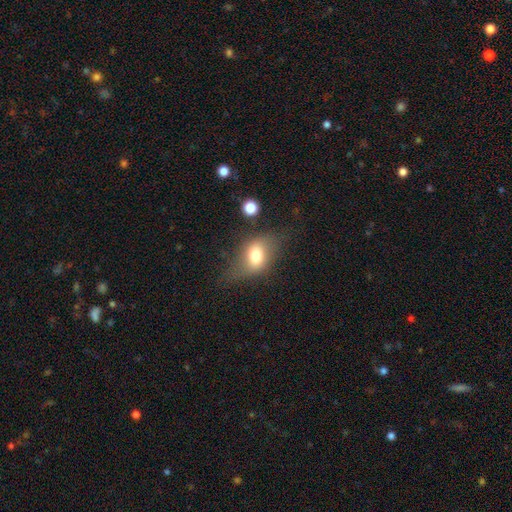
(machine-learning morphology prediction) Q: Smooth or featured?
A: smooth (65%); runner-up: featured or disk (25%)
Q: How rounded?
A: in between (75%); runner-up: round (21%)
Q: Merging?
A: none (52%); runner-up: minor disturbance (27%)